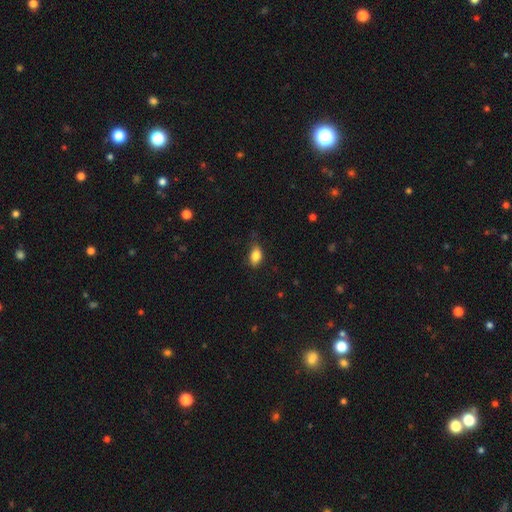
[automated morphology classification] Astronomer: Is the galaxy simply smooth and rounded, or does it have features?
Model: smooth — 84%.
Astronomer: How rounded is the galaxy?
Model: in between — 86%.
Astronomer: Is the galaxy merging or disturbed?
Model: none — 70%.